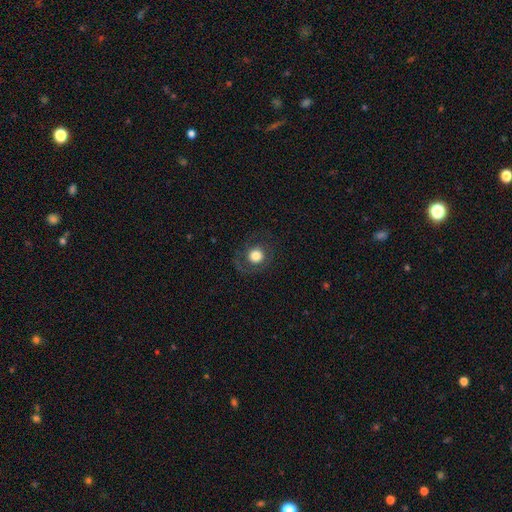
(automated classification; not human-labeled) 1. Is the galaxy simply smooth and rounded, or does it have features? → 71% smooth, 19% featured or disk, 10% star or artifact.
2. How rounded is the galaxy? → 90% round, 9% in between, 1% cigar-shaped.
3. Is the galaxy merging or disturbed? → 79% none, 11% minor disturbance, 9% major disturbance, 1% merger.